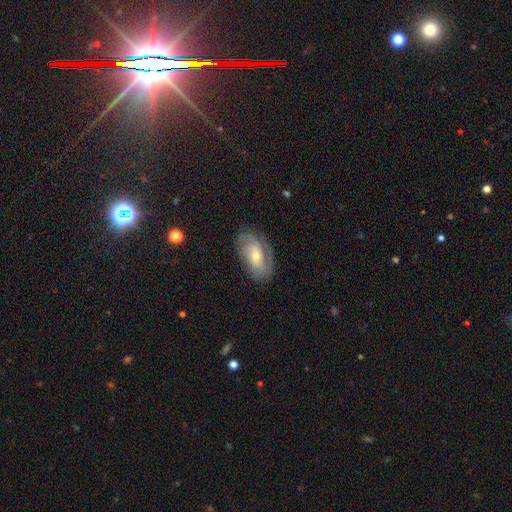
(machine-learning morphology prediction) smooth_or_featured: featured or disk (p=0.77) [alt: smooth p=0.17]
disk_edge_on: no (p=0.94) [alt: yes p=0.06]
bar: no (p=0.63) [alt: weak p=0.29]
has_spiral_arms: yes (p=0.93) [alt: no p=0.07]
spiral_winding: tight (p=0.51) [alt: medium p=0.36]
spiral_arm_count: 2 (p=0.39) [alt: can't tell p=0.26]
bulge_size: moderate (p=0.52) [alt: small p=0.44]
merging: none (p=0.75) [alt: minor disturbance p=0.17]